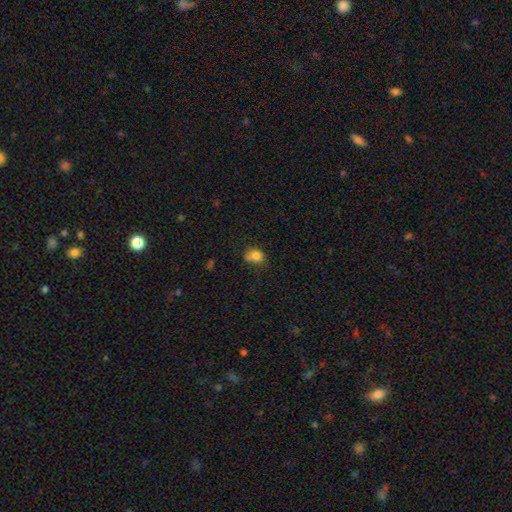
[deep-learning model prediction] Morphology: type=smooth (81%); roundness=round (54%); merging=none (52%).